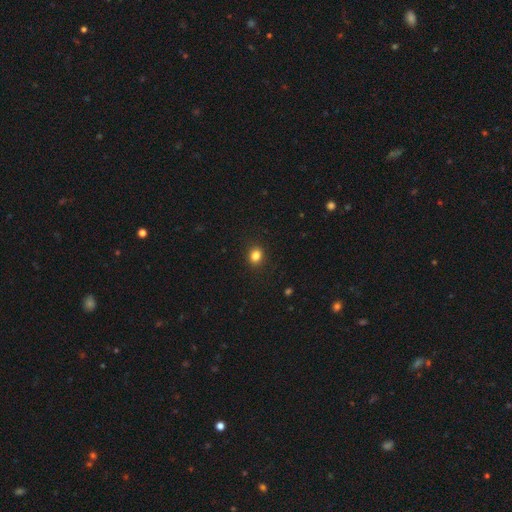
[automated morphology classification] This is clearly a smooth galaxy (84%). How rounded: likely round (65%). Merging: clearly none (91%).